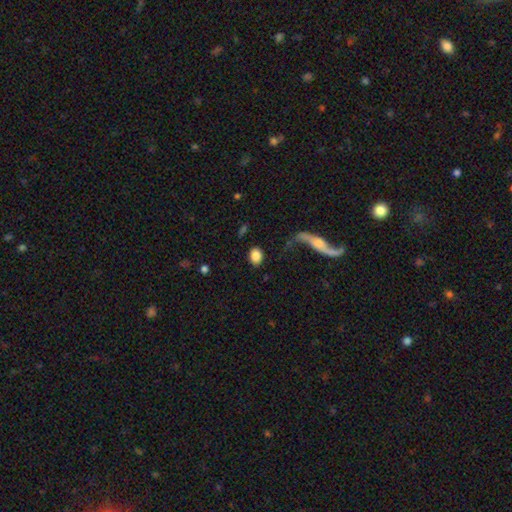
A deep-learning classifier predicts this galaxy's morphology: Smooth or featured?
  - smooth: 85% *
  - featured or disk: 8%
  - star or artifact: 7%
How rounded?
  - in between: 59% *
  - round: 39%
  - cigar-shaped: 2%
Merging?
  - none: 81% *
  - minor disturbance: 10%
  - major disturbance: 5%
  - merger: 4%